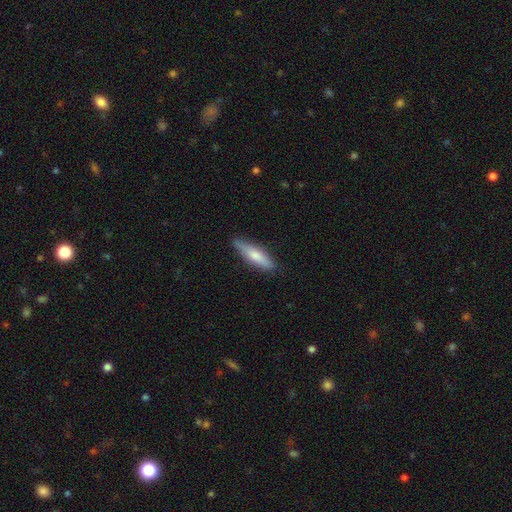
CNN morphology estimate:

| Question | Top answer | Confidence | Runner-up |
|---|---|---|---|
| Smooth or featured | smooth | 67% | featured or disk (28%) |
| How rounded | cigar-shaped | 70% | in between (28%) |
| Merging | none | 80% | minor disturbance (16%) |